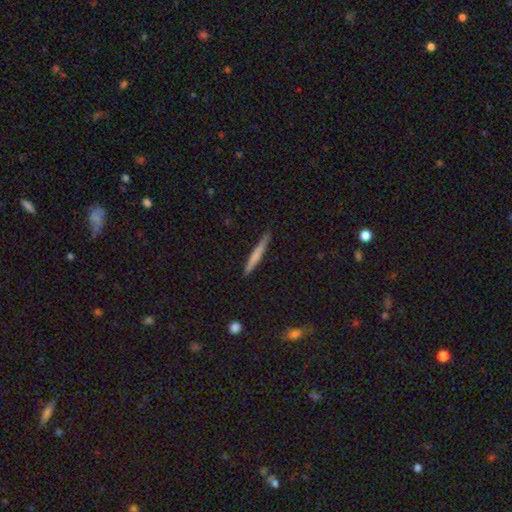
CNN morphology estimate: Smooth or featured? smooth (63%)
How rounded? cigar-shaped (96%)
Merging? none (89%)